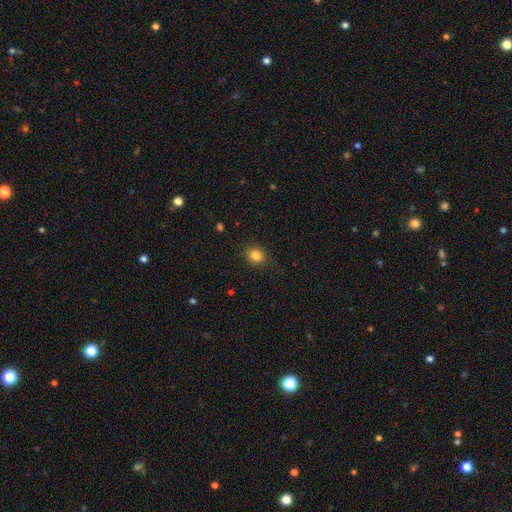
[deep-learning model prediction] A smooth galaxy with no disk features (83%) that is round (81%).

Vote fractions:
- Smooth or featured? smooth: 83% / star or artifact: 12% / featured or disk: 5%
- How rounded? round: 81% / in between: 18% / cigar-shaped: 1%
- Merging? none: 87% / minor disturbance: 9% / major disturbance: 3% / merger: 1%